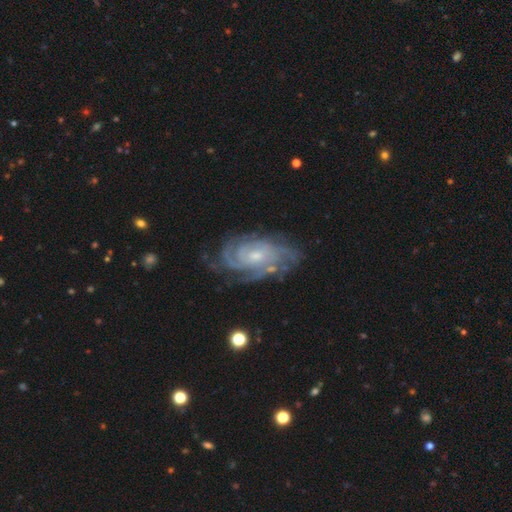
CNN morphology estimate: Smooth or featured? Predicted: featured or disk (p=0.89). Edge-on disk? Predicted: no (p=0.96). Bar? Predicted: no (p=0.65). Spiral arms? Predicted: yes (p=0.98). Spiral winding? Predicted: tight (p=0.71). Spiral arm count? Predicted: can't tell (p=0.25). Bulge size? Predicted: small (p=0.61). Merging? Predicted: none (p=0.72).